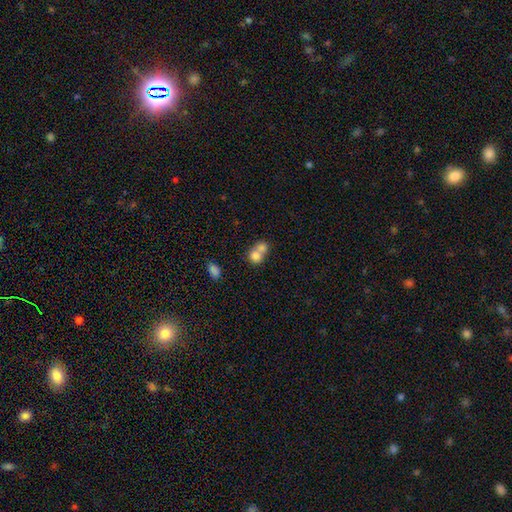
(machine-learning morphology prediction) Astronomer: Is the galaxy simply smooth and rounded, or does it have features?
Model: smooth — 76%.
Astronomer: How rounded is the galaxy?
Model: round — 68%.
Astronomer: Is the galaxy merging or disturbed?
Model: merger — 69%.